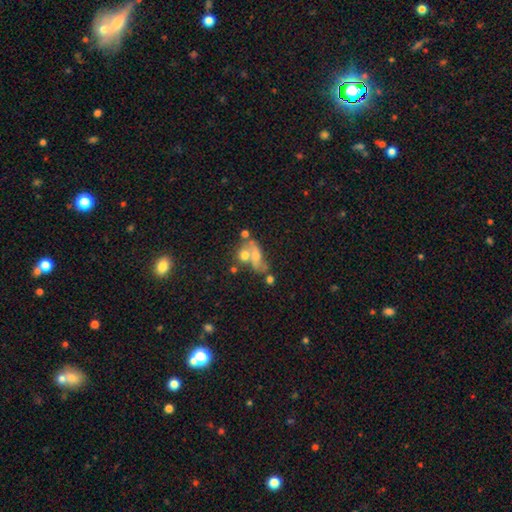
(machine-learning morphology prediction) This appears to be a smooth galaxy with no disk features (48%). Merging: merger (46%).